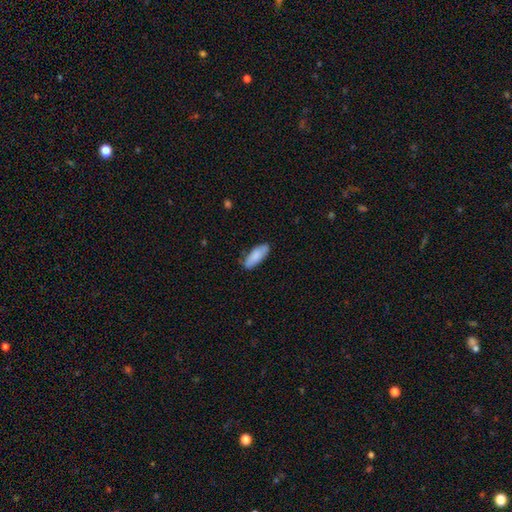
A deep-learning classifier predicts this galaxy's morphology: This appears to be a smooth galaxy with no disk features (83%) that is in between round and cigar-shaped (73%). Merging: none (77%).